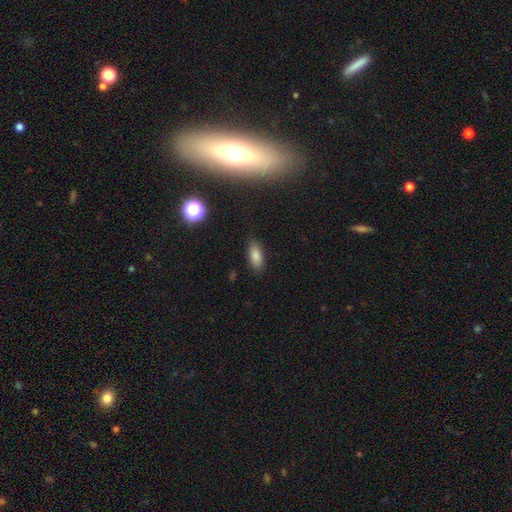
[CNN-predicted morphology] This appears to be a smooth galaxy with no disk features (84%) that is in between round and cigar-shaped (83%). Merging: none (86%).